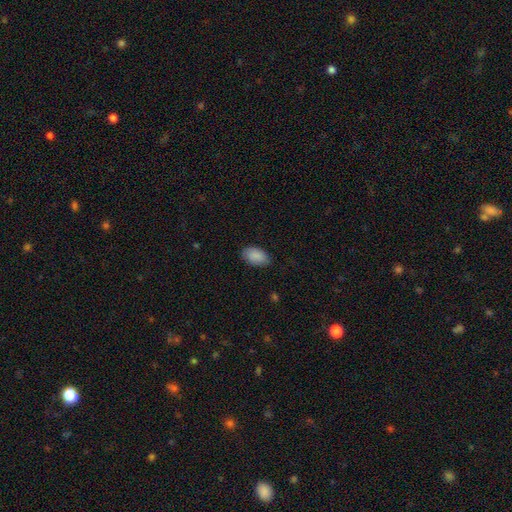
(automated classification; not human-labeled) Q: Smooth or featured?
A: smooth (89%); runner-up: star or artifact (6%)
Q: How rounded?
A: in between (93%); runner-up: round (5%)
Q: Merging?
A: none (81%); runner-up: minor disturbance (15%)